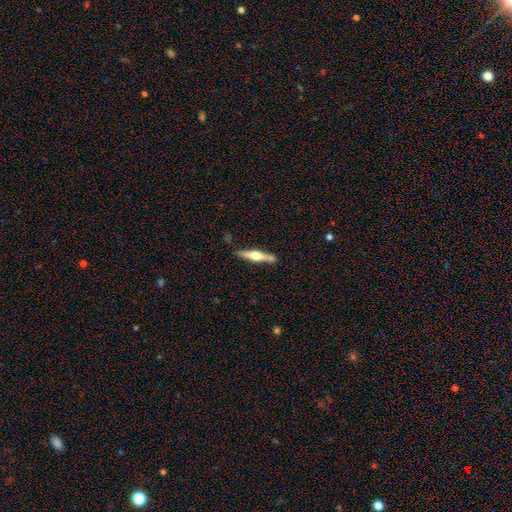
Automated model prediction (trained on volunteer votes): Smooth or featured?
  - featured or disk: 70% *
  - smooth: 26%
  - star or artifact: 5%
Edge-on disk?
  - yes: 97% *
  - no: 3%
Edge-on bulge?
  - rounded: 94% *
  - boxy: 4%
  - none: 2%
Merging?
  - none: 81% *
  - minor disturbance: 11%
  - merger: 5%
  - major disturbance: 2%